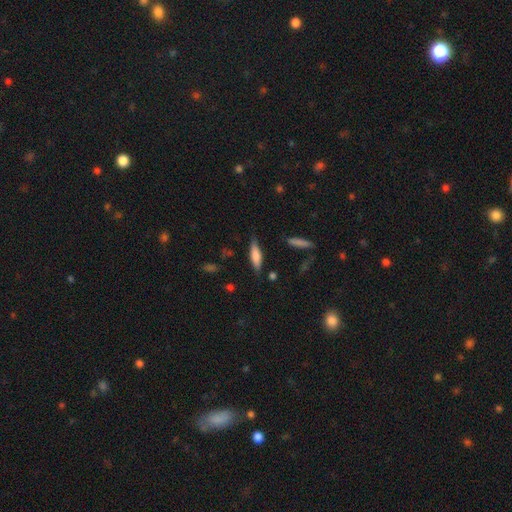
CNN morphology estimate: smooth_or_featured: smooth (p=0.65) [alt: featured or disk p=0.28]
how_rounded: cigar-shaped (p=0.63) [alt: in between p=0.35]
merging: none (p=0.77) [alt: minor disturbance p=0.17]